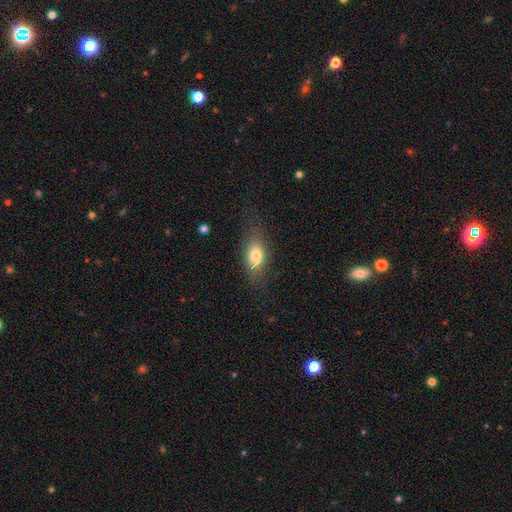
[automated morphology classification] smooth 74%, featured or disk 17%, star or artifact 8%. Down the decision tree: how rounded — in between (80%); merging — none (66%).